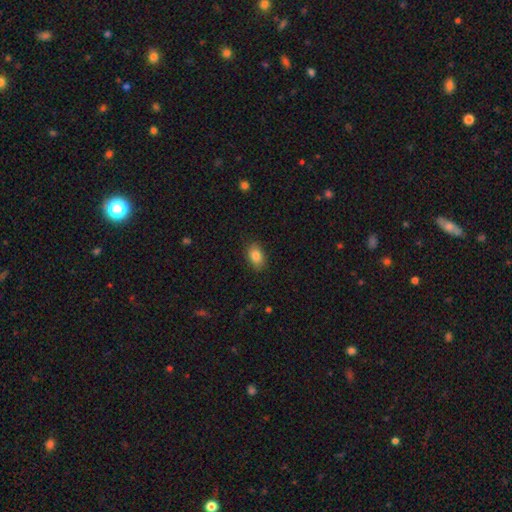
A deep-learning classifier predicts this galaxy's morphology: Smooth or featured: smooth — 85% (star or artifact — 8%)
How rounded: in between — 85% (round — 14%)
Merging: none — 86% (minor disturbance — 10%)